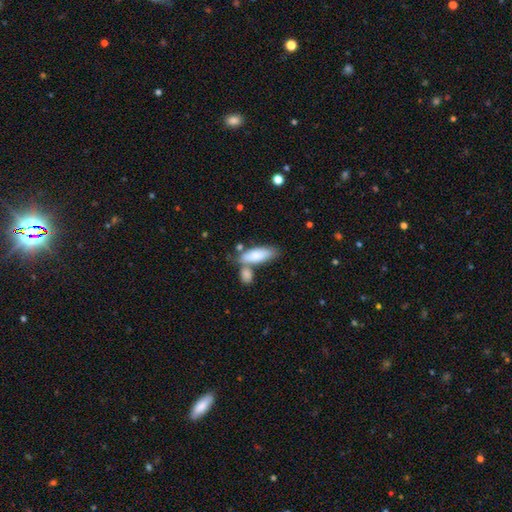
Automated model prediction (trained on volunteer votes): A smooth galaxy with no disk features (82%) that is in between round and cigar-shaped (68%). Merging: none (46%).